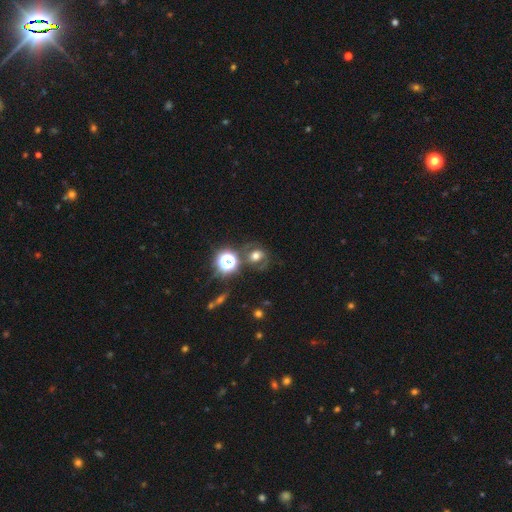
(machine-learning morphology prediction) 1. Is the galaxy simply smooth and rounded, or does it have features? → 46% smooth, 32% featured or disk, 22% star or artifact.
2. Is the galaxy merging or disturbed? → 65% none, 16% minor disturbance, 11% major disturbance, 8% merger.